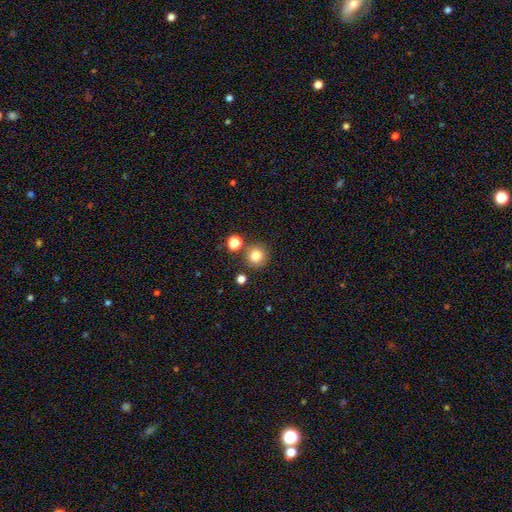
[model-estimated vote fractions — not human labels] Smooth or featured?
  - smooth: 82% *
  - star or artifact: 12%
  - featured or disk: 6%
How rounded?
  - round: 93% *
  - in between: 6%
  - cigar-shaped: 1%
Merging?
  - none: 79% *
  - merger: 10%
  - minor disturbance: 8%
  - major disturbance: 3%